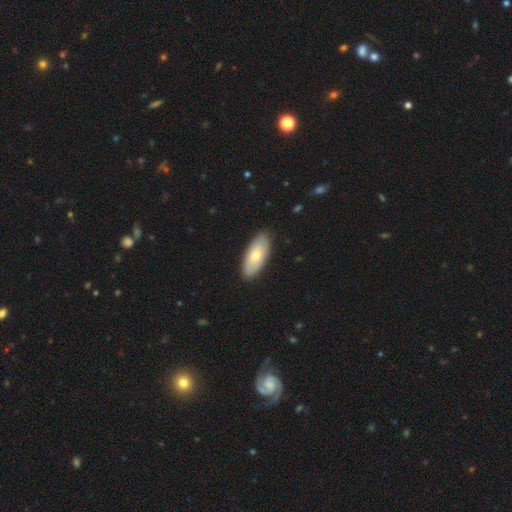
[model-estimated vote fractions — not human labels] The model was most divided on "smooth or featured": smooth: 67%, featured or disk: 27%, star or artifact: 5%. More confident: merging — none (89%); how rounded — in between (87%).